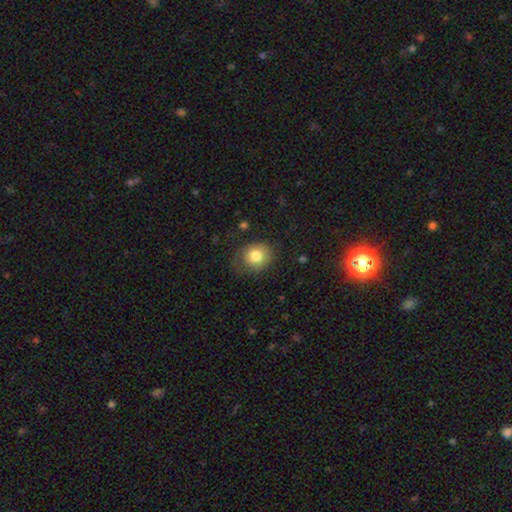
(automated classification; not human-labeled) Smooth or featured? Predicted: smooth (p=0.80). How rounded? Predicted: round (p=0.71). Merging? Predicted: none (p=0.66).